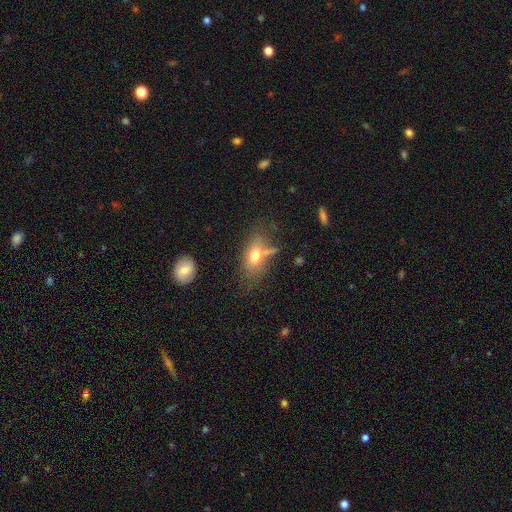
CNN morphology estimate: Q: Smooth or featured?
A: smooth (68%); runner-up: featured or disk (20%)
Q: How rounded?
A: in between (82%); runner-up: round (13%)
Q: Merging?
A: none (49%); runner-up: minor disturbance (21%)